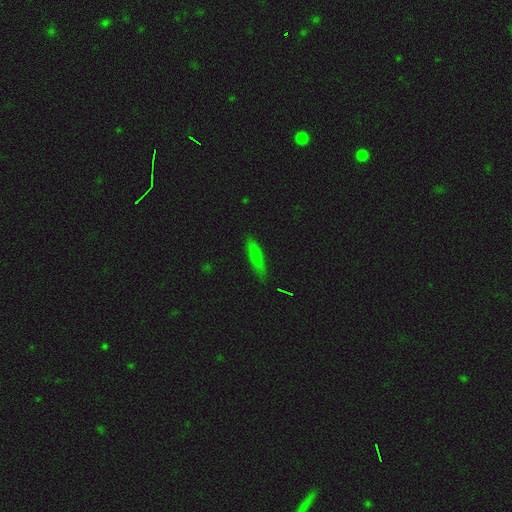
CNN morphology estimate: A smooth galaxy with no disk features (75%) that is cigar-shaped (70%).

Vote fractions:
- Smooth or featured? smooth: 75% / featured or disk: 14% / star or artifact: 10%
- How rounded? cigar-shaped: 70% / in between: 28% / round: 2%
- Merging? none: 84% / minor disturbance: 13% / major disturbance: 2% / merger: 1%